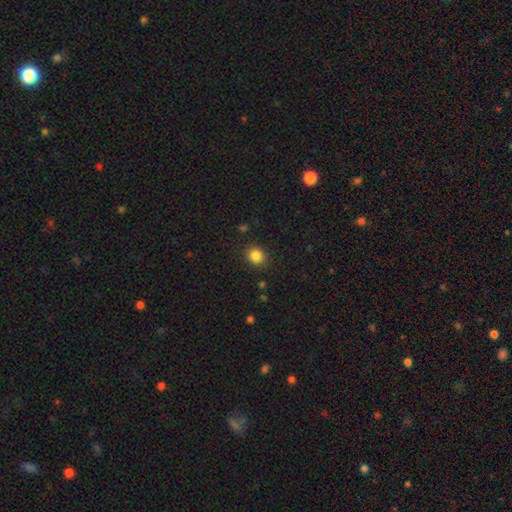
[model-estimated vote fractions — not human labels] Smooth or featured?
  - smooth: 85% *
  - star or artifact: 11%
  - featured or disk: 4%
How rounded?
  - round: 78% *
  - in between: 21%
  - cigar-shaped: 1%
Merging?
  - none: 88% *
  - minor disturbance: 8%
  - major disturbance: 3%
  - merger: 1%